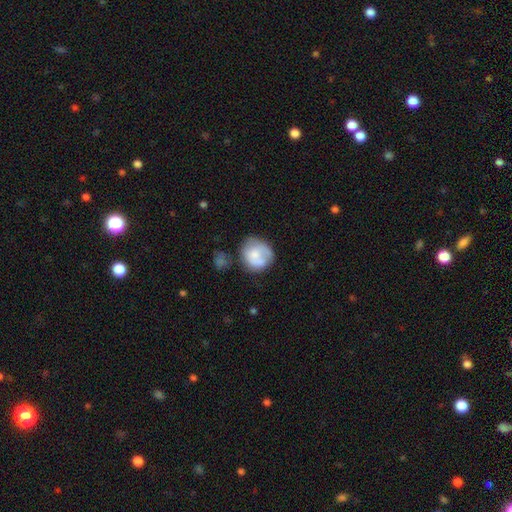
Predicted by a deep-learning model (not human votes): A smooth galaxy with no disk features (64%) that is round (79%). Merging: none (51%).